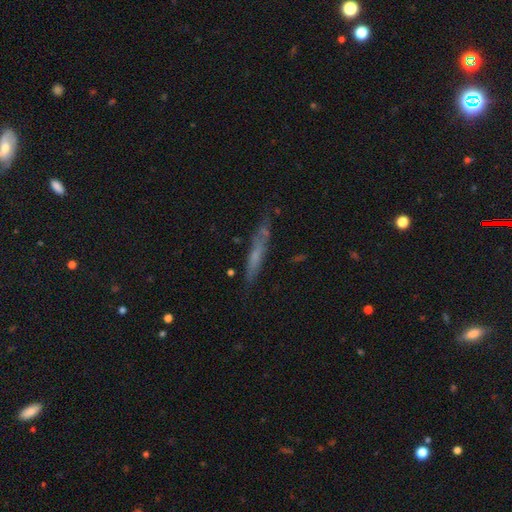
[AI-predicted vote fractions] Overall: smooth (48%; featured or disk 42%). Merging: none (69%).